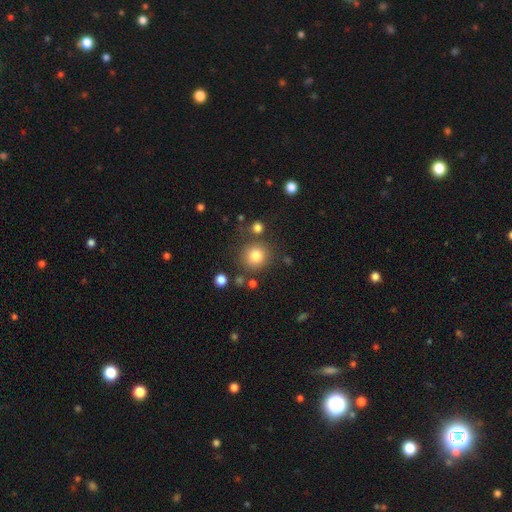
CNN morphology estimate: This is clearly a smooth galaxy (81%). How rounded: clearly round (91%). Merging: likely none (80%).